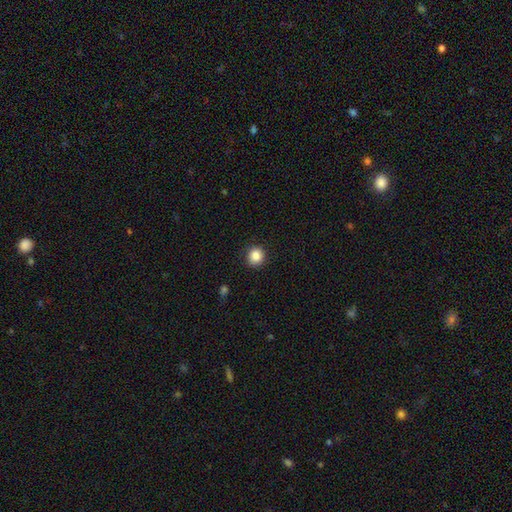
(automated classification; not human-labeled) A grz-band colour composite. It shows a smooth galaxy with no disk features (86%) that is round (89%). Merging: none (90%).